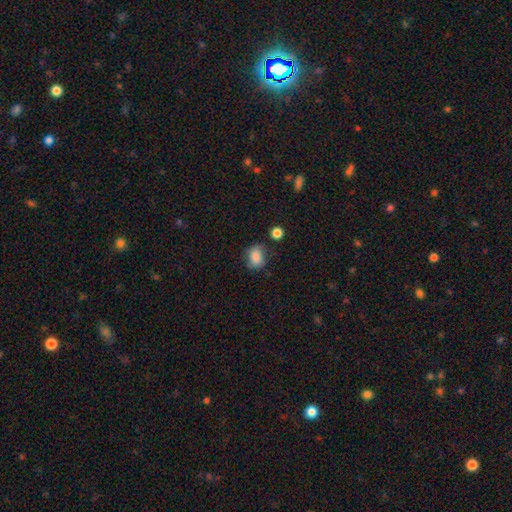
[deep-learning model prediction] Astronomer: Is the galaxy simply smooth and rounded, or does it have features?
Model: smooth — 81%.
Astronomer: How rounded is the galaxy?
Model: in between — 56% (runner-up: round, 42%).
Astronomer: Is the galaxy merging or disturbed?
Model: none — 67%.